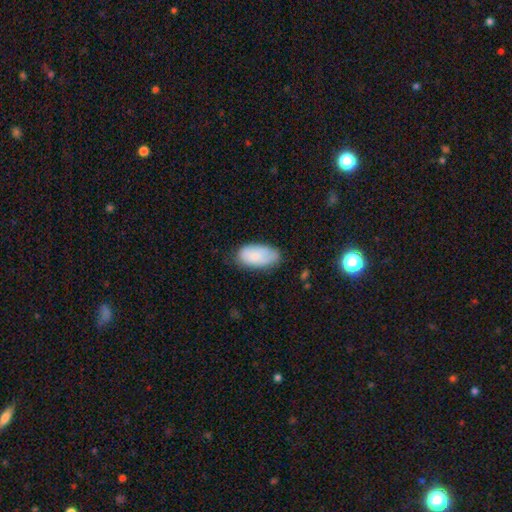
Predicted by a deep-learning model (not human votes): Smooth or featured? smooth (83%)
How rounded? in between (94%)
Merging? none (65%)